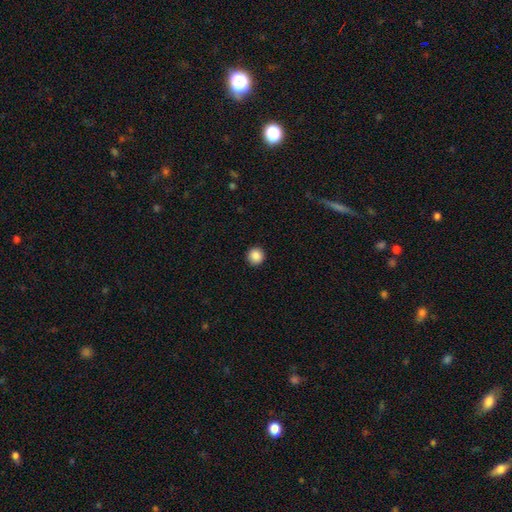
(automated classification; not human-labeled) The model was most divided on "smooth or featured": smooth: 88%, star or artifact: 9%, featured or disk: 3%. More confident: how rounded — round (95%); merging — none (93%).